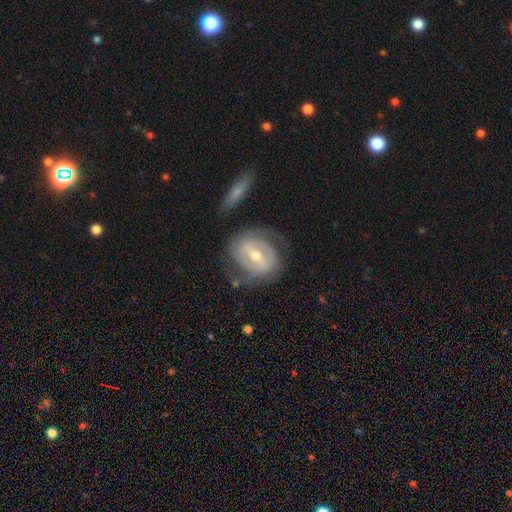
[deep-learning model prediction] Smooth or featured? Predicted: featured or disk (p=0.78). Edge-on disk? Predicted: no (p=0.96). Bar? Predicted: weak (p=0.45). Spiral arms? Predicted: yes (p=0.84). Spiral winding? Predicted: tight (p=0.52). Spiral arm count? Predicted: 2 (p=0.72). Bulge size? Predicted: moderate (p=0.58). Merging? Predicted: none (p=0.68).